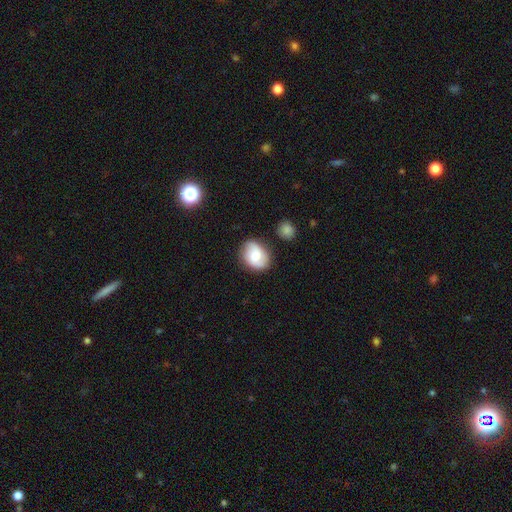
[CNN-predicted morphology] smooth 53%, featured or disk 39%, star or artifact 8%. Down the decision tree: how rounded — in between (54%); merging — none (75%).